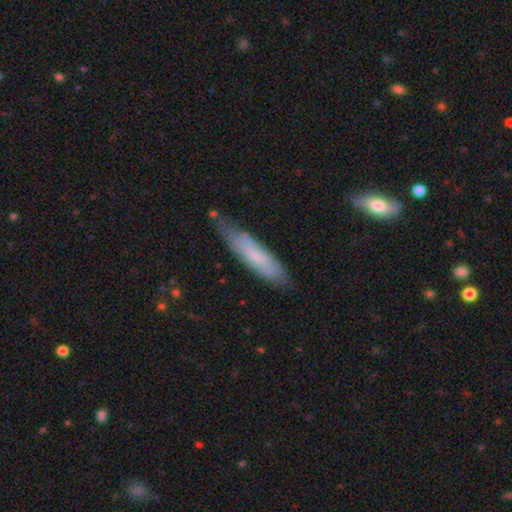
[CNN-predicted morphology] Smooth or featured: smooth — 60% (featured or disk — 33%)
How rounded: cigar-shaped — 75% (in between — 24%)
Merging: none — 61% (minor disturbance — 30%)